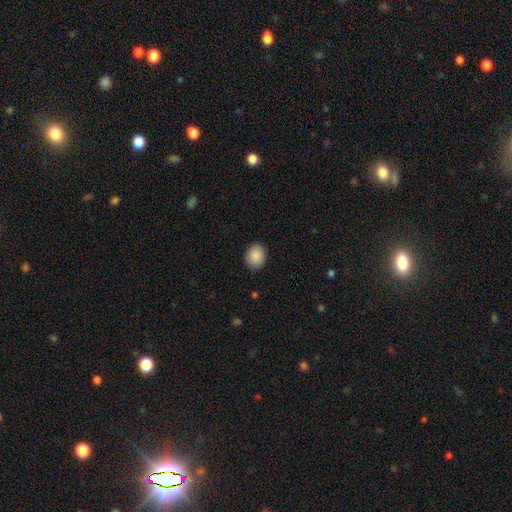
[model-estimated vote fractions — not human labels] A smooth galaxy with no disk features (90%) that is round (50%). Merging: none (89%).